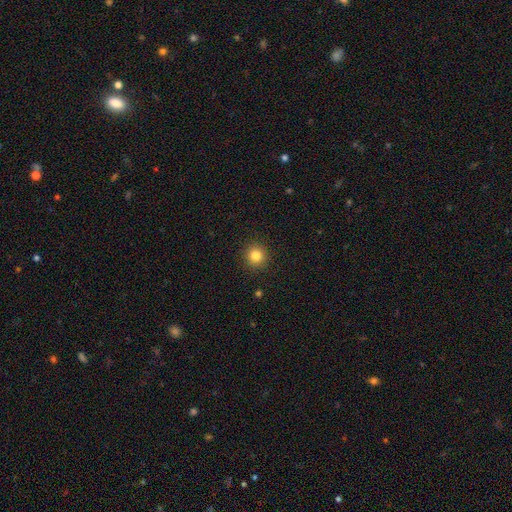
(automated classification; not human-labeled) This appears to be a smooth galaxy with no disk features (82%) that is round (94%). Merging: none (92%).